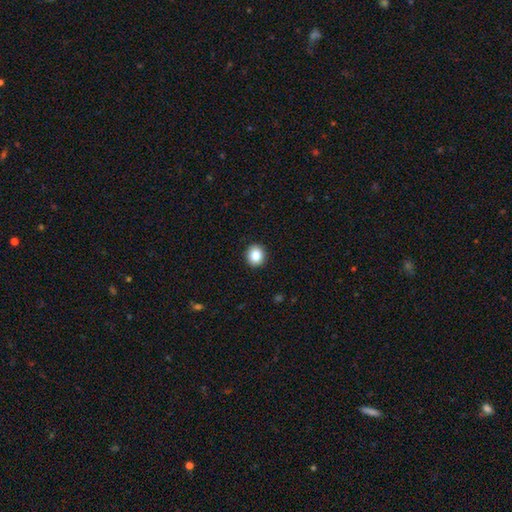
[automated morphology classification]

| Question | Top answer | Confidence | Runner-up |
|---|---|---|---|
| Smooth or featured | smooth | 84% | star or artifact (9%) |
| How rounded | round | 83% | in between (16%) |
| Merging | none | 92% | minor disturbance (5%) |